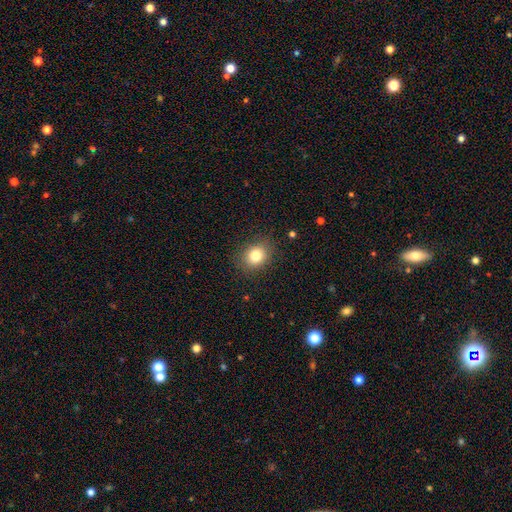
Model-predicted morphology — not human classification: Smooth or featured?
  - smooth: 81% *
  - star or artifact: 11%
  - featured or disk: 8%
How rounded?
  - round: 62% *
  - in between: 37%
  - cigar-shaped: 1%
Merging?
  - none: 85% *
  - minor disturbance: 11%
  - major disturbance: 4%
  - merger: 1%